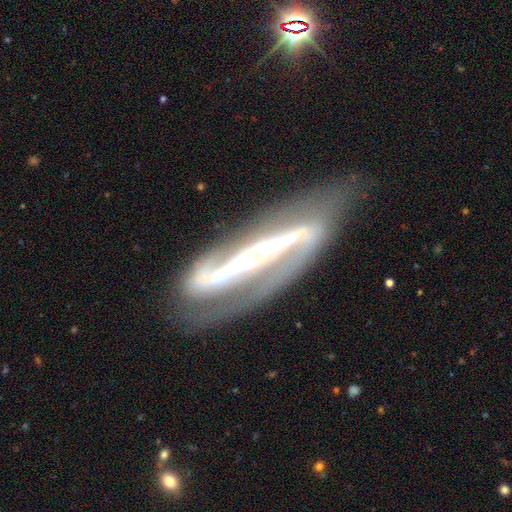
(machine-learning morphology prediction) Smooth or featured: featured or disk — 88% (smooth — 7%)
Edge-on disk: no — 77% (yes — 23%)
Bar: strong — 82% (weak — 10%)
Spiral arms: yes — 91% (no — 9%)
Spiral winding: medium — 42% (loose — 32%)
Spiral arm count: 2 — 87% (can't tell — 5%)
Bulge size: small — 48% (moderate — 30%)
Merging: none — 67% (minor disturbance — 18%)